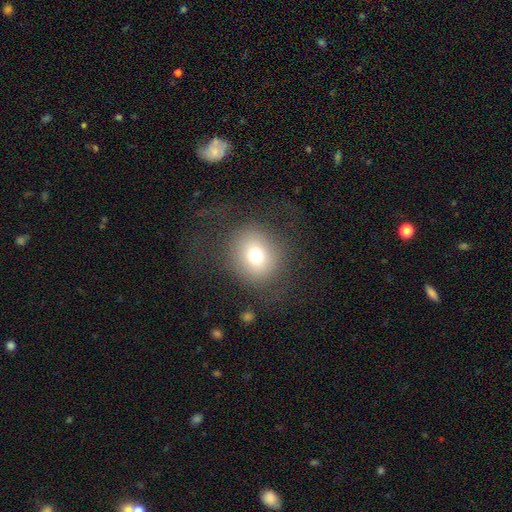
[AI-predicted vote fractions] A smooth galaxy with no disk features (71%) that is round (80%).

Vote fractions:
- Smooth or featured? smooth: 71% / featured or disk: 15% / star or artifact: 14%
- How rounded? round: 80% / in between: 19% / cigar-shaped: 1%
- Merging? none: 70% / major disturbance: 16% / minor disturbance: 13% / merger: 1%